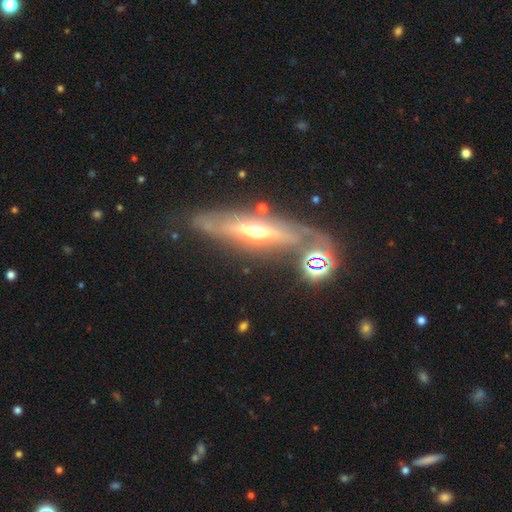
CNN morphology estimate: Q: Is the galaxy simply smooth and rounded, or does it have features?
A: featured or disk — 76%.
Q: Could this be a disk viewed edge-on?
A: yes — 72%.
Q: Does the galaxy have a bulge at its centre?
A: rounded — 82%.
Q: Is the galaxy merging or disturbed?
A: none — 59%.